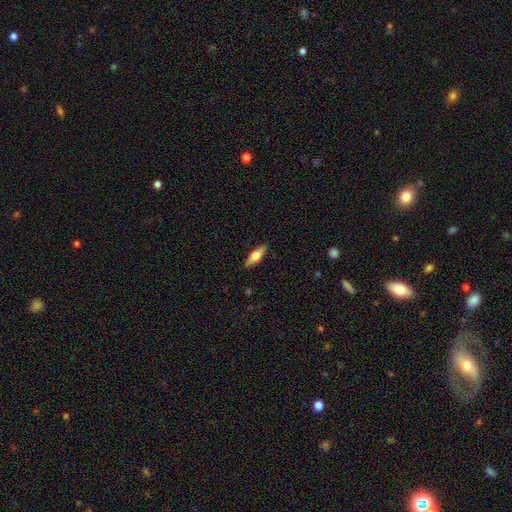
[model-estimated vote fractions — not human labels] smooth_or_featured: featured or disk (p=0.53) [alt: smooth p=0.42]
disk_edge_on: yes (p=0.94) [alt: no p=0.06]
merging: none (p=0.89) [alt: minor disturbance p=0.08]